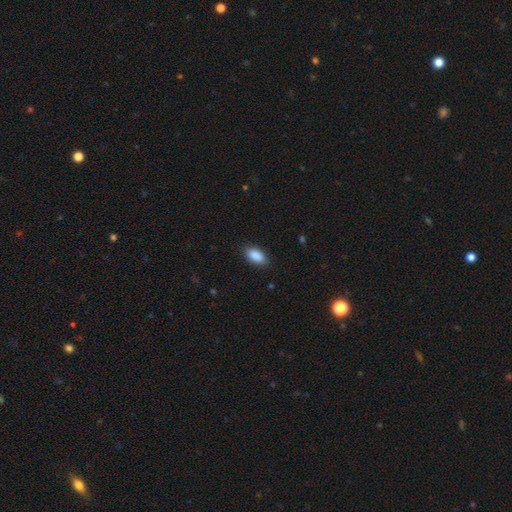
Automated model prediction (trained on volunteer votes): The model was most divided on "merging": none: 86%, minor disturbance: 10%, major disturbance: 2%, merger: 1%. More confident: how rounded — in between (92%); smooth or featured — smooth (89%).